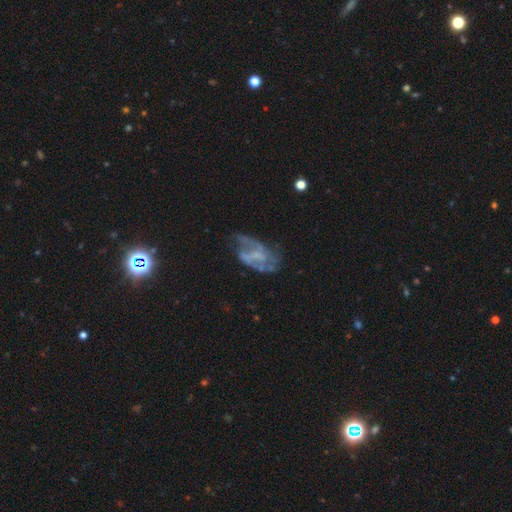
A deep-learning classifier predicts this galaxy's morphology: A featured or disk galaxy (70%) with no bar (47%), spiral arms (64%) and no central bulge (58%). Merging: none (41%).